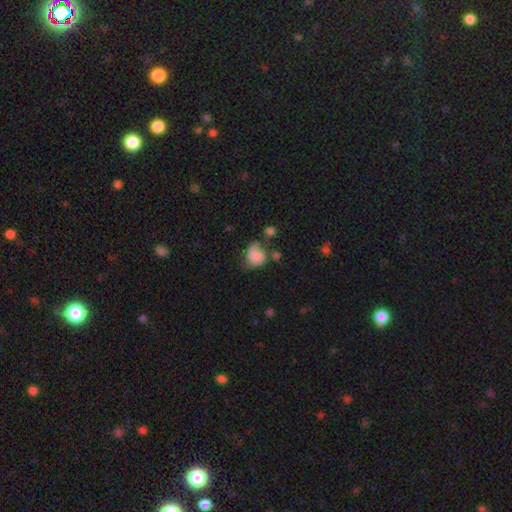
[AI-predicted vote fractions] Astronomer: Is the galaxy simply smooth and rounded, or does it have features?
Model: smooth — 68%.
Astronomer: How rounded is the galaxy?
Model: round — 55% (runner-up: in between, 44%).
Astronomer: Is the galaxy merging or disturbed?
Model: none — 37% (runner-up: minor disturbance, 31%).